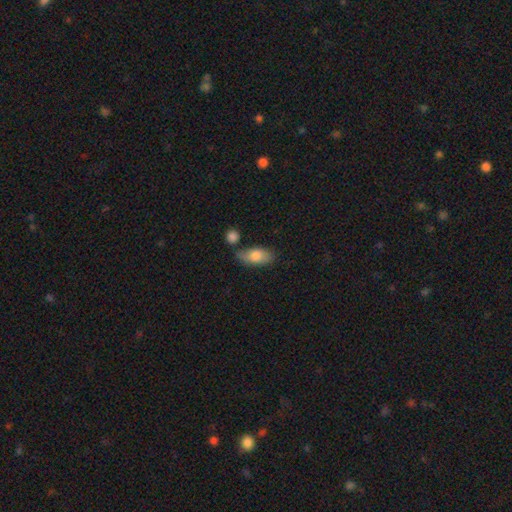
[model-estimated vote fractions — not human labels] This appears to be a smooth galaxy with no disk features (78%) that is in between round and cigar-shaped (88%). Merging: none (60%).